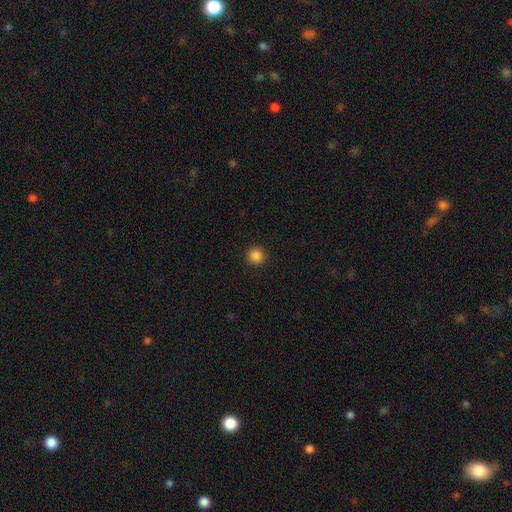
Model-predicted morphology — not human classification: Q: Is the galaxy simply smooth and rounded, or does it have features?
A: smooth — 86%.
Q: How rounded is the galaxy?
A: round — 93%.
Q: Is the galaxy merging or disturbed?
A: none — 91%.